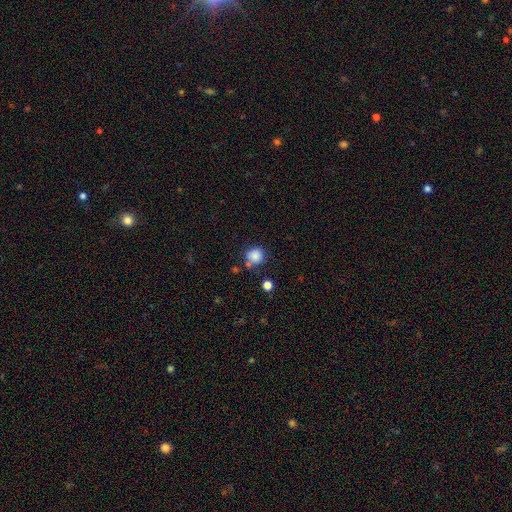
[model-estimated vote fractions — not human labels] Smooth or featured? Predicted: smooth (p=0.84). How rounded? Predicted: round (p=0.85). Merging? Predicted: none (p=0.68).